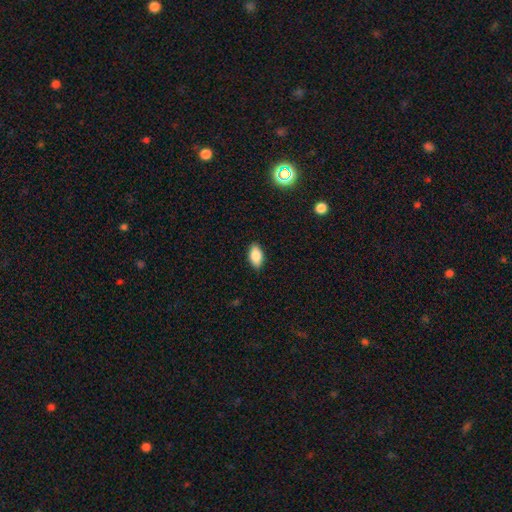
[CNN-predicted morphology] This is clearly a smooth galaxy (85%). How rounded: clearly in between (92%). Merging: clearly none (88%).